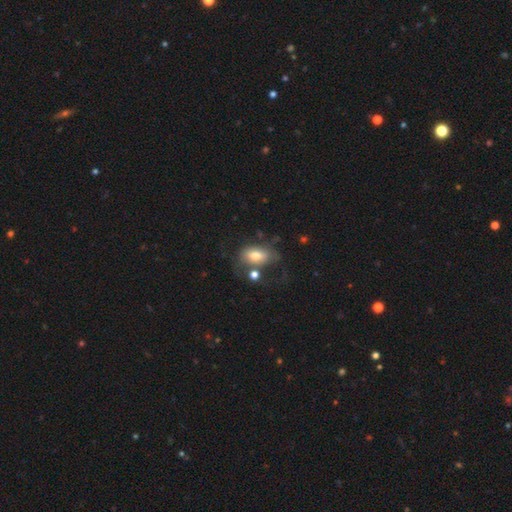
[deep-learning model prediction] Morphology: type=smooth (68%); roundness=in between (85%); merging=none (40%).